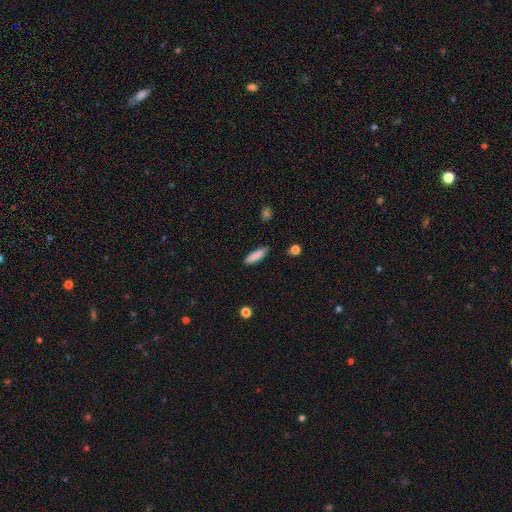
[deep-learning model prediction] Smooth or featured?
  - smooth: 86% *
  - star or artifact: 7%
  - featured or disk: 7%
How rounded?
  - cigar-shaped: 64% *
  - in between: 34%
  - round: 2%
Merging?
  - none: 85% *
  - minor disturbance: 11%
  - major disturbance: 2%
  - merger: 2%